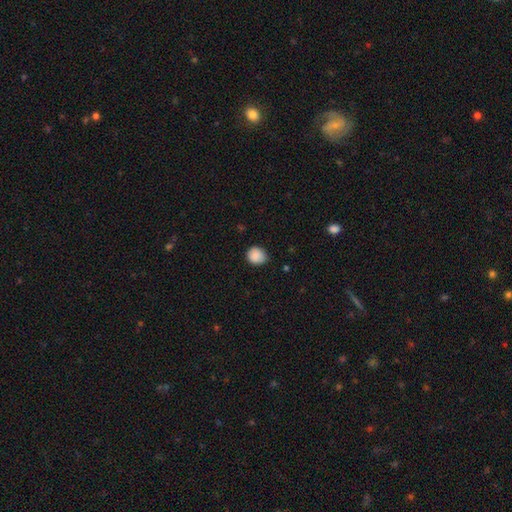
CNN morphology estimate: The model was most divided on "how rounded": round: 76%, in between: 23%, cigar-shaped: 1%. More confident: smooth or featured — smooth (88%); merging — none (75%).